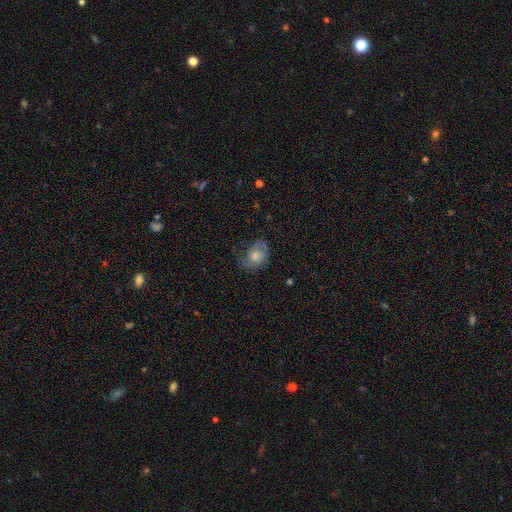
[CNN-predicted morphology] Overall: featured or disk (52%; smooth 40%). Edge-on disk: no (97%). Bar: no (74%). Spiral arms: yes (85%). Bulge size: moderate (52%; small 33%). Merging: none (59%; minor disturbance 26%).